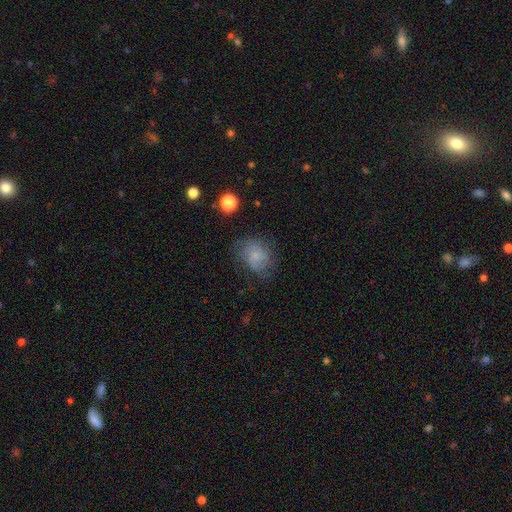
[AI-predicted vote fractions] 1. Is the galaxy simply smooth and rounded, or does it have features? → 50% smooth, 39% featured or disk, 11% star or artifact.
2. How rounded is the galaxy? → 59% round, 40% in between, 1% cigar-shaped.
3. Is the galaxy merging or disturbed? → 59% none, 25% minor disturbance, 15% major disturbance, 2% merger.